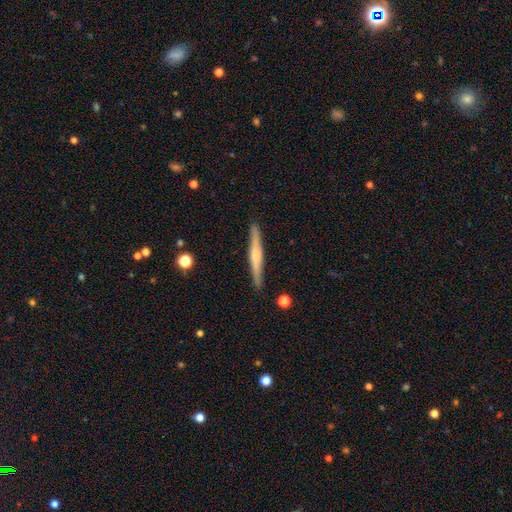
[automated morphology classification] The model was most divided on "smooth or featured": featured or disk: 60%, smooth: 35%, star or artifact: 6%. More confident: edge-on disk — yes (97%); merging — none (90%); edge-on bulge — rounded (67%).